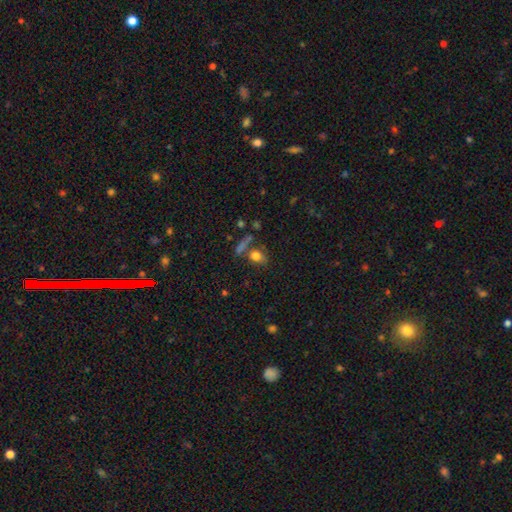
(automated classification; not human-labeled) Q: Smooth or featured?
A: smooth (76%); runner-up: star or artifact (12%)
Q: How rounded?
A: in between (63%); runner-up: round (32%)
Q: Merging?
A: none (57%); runner-up: merger (20%)